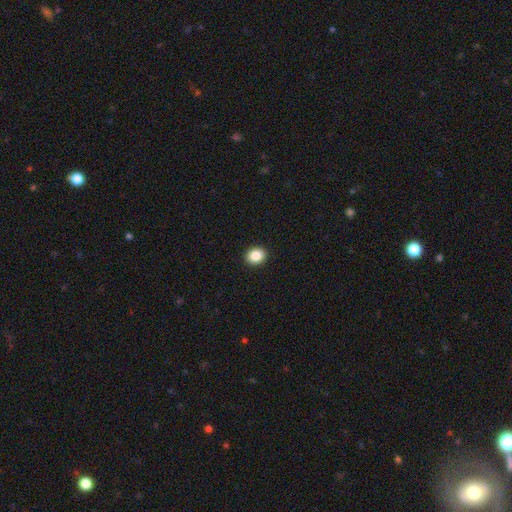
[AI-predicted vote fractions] smooth 87%, star or artifact 9%, featured or disk 4%. Down the decision tree: how rounded — round (62%); merging — none (92%).